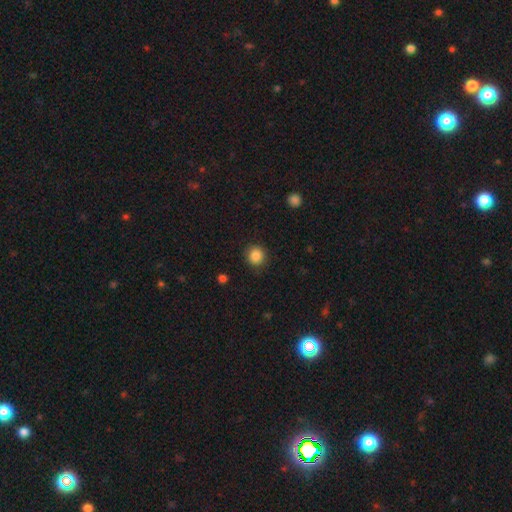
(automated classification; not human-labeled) A smooth galaxy with no disk features (86%) that is round (91%).

Vote fractions:
- Smooth or featured? smooth: 86% / star or artifact: 10% / featured or disk: 3%
- How rounded? round: 91% / in between: 8% / cigar-shaped: 1%
- Merging? none: 88% / minor disturbance: 8% / major disturbance: 3% / merger: 1%